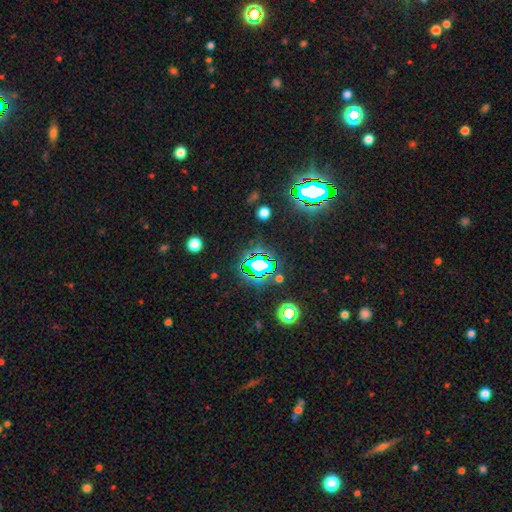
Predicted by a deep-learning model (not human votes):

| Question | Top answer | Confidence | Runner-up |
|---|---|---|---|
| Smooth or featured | star or artifact | 80% | smooth (12%) |